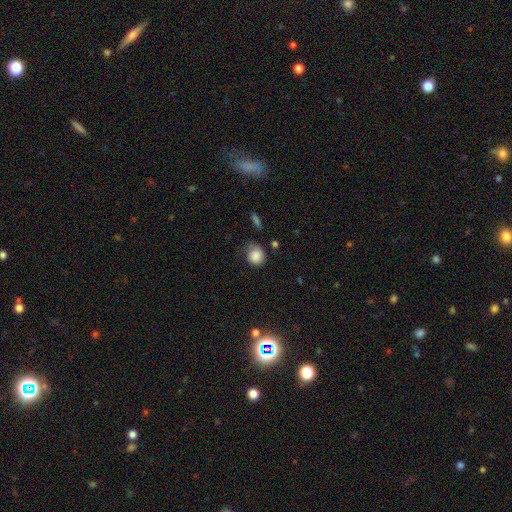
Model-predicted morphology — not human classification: Smooth or featured: smooth — 85% (star or artifact — 8%)
How rounded: round — 77% (in between — 22%)
Merging: none — 54% (minor disturbance — 32%)